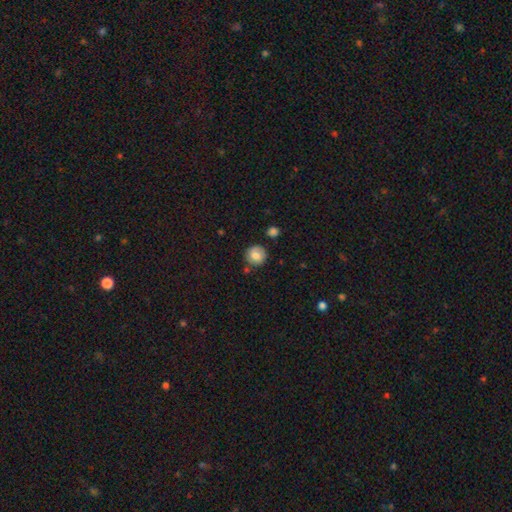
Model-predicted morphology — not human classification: smooth-or-featured: smooth: 75% | featured or disk: 16% | star or artifact: 9%
  how-rounded: round: 89% | in between: 10% | cigar-shaped: 1%
  merging: none: 76% | minor disturbance: 15% | merger: 6% | major disturbance: 3%